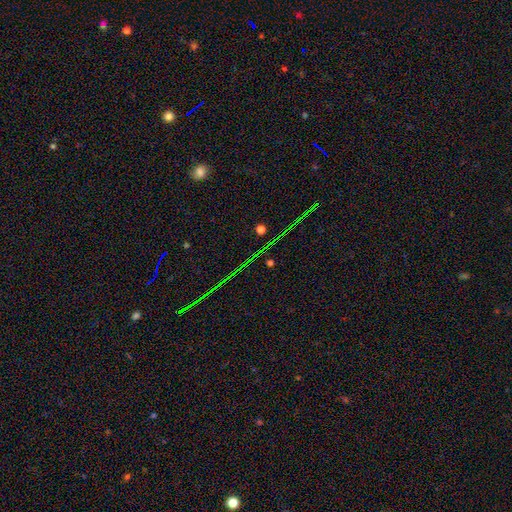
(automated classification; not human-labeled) Smooth or featured: star or artifact — 81% (featured or disk — 10%)